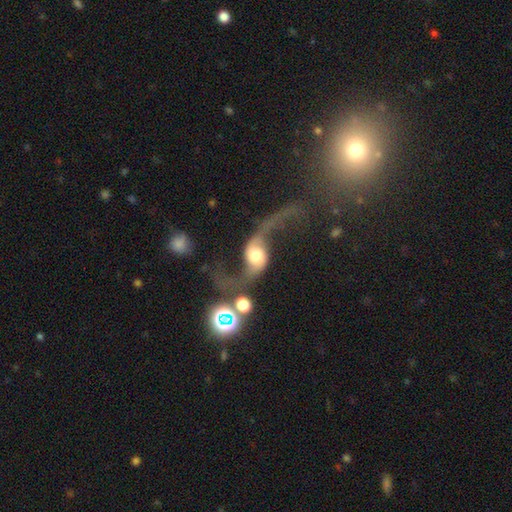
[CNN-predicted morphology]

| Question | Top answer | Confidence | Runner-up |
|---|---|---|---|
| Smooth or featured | featured or disk | 82% | smooth (11%) |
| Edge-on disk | no | 94% | yes (6%) |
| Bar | no | 58% | weak (28%) |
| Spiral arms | yes | 95% | no (5%) |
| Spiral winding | loose | 94% | medium (4%) |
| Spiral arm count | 2 | 93% | 1 (2%) |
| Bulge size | moderate | 37% | large (31%) |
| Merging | none | 47% | major disturbance (28%) |